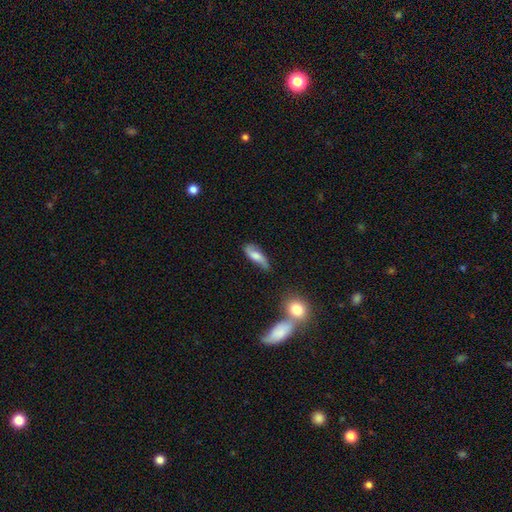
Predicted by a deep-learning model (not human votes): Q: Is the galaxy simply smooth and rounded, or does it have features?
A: smooth — 53%.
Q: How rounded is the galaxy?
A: in between — 61%.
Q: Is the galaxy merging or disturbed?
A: none — 64%.